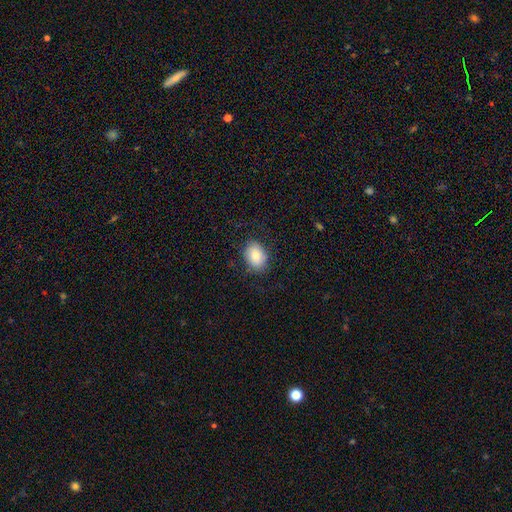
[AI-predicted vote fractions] smooth 82%, featured or disk 10%, star or artifact 7%. Down the decision tree: how rounded — in between (73%); merging — none (79%).